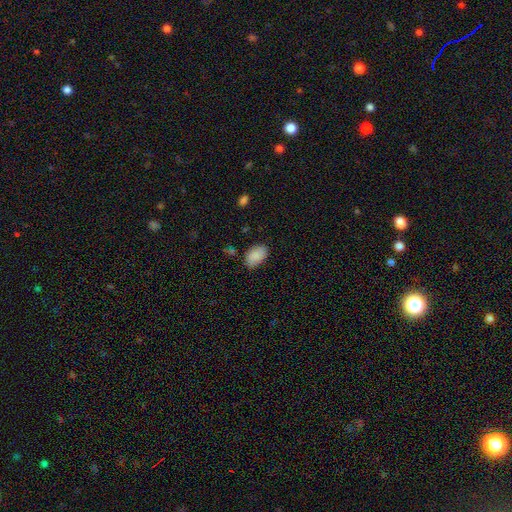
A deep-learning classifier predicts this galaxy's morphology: smooth-or-featured: smooth: 87% | star or artifact: 7% | featured or disk: 6%
  how-rounded: in between: 90% | round: 9% | cigar-shaped: 1%
  merging: none: 76% | minor disturbance: 19% | major disturbance: 4% | merger: 2%